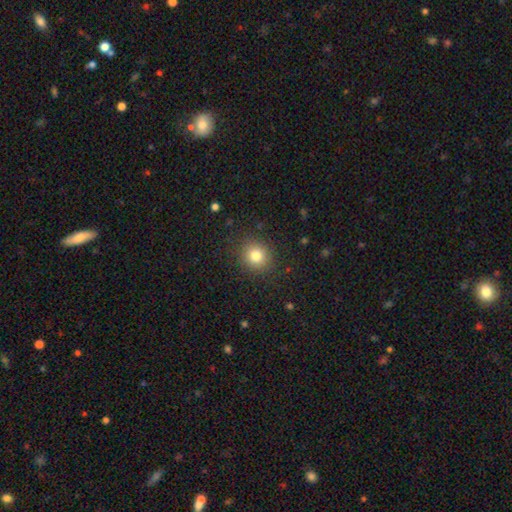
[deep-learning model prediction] smooth_or_featured: smooth (p=0.80) [alt: star or artifact p=0.12]
how_rounded: round (p=0.86) [alt: in between p=0.13]
merging: none (p=0.89) [alt: minor disturbance p=0.07]